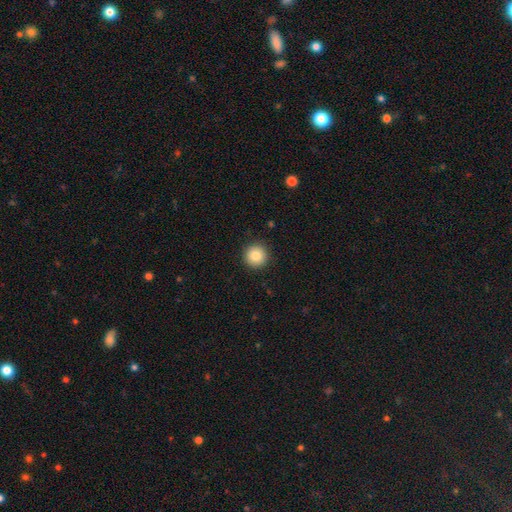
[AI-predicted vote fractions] smooth-or-featured: smooth: 85% | star or artifact: 9% | featured or disk: 6%
  how-rounded: round: 96% | in between: 3% | cigar-shaped: 1%
  merging: none: 92% | minor disturbance: 5% | major disturbance: 2% | merger: 1%